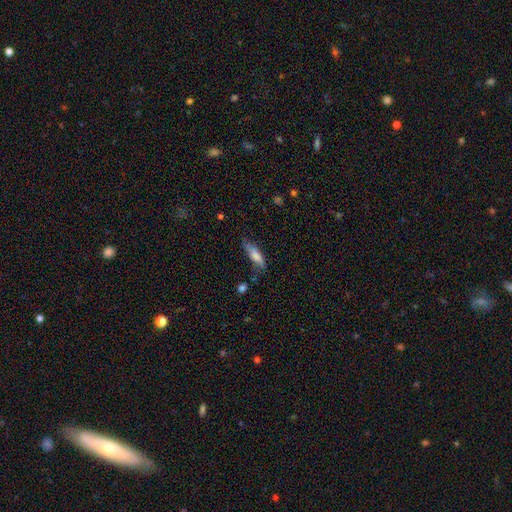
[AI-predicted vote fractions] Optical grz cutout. It shows a smooth galaxy with no disk features (76%) that is cigar-shaped (56%). Merging: none (58%).